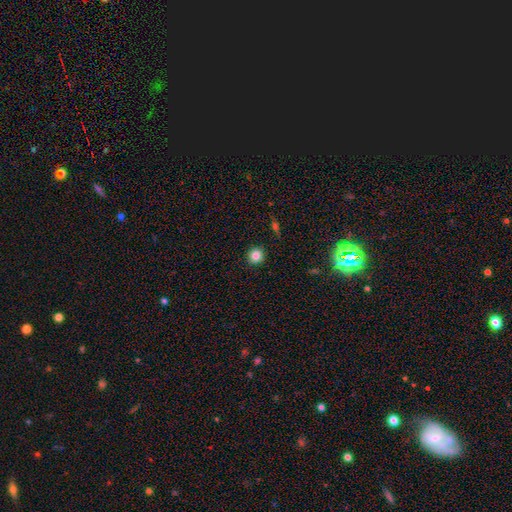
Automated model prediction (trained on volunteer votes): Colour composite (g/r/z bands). It shows a smooth galaxy with no disk features (83%) that is round (90%). Merging: none (91%).